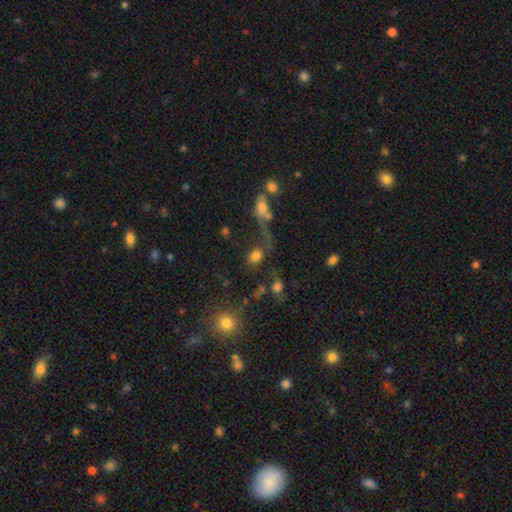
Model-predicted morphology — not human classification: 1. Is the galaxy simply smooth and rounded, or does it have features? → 75% smooth, 15% star or artifact, 11% featured or disk.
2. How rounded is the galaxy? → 57% in between, 40% round, 3% cigar-shaped.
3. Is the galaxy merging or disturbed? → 47% none, 22% merger, 16% major disturbance, 15% minor disturbance.